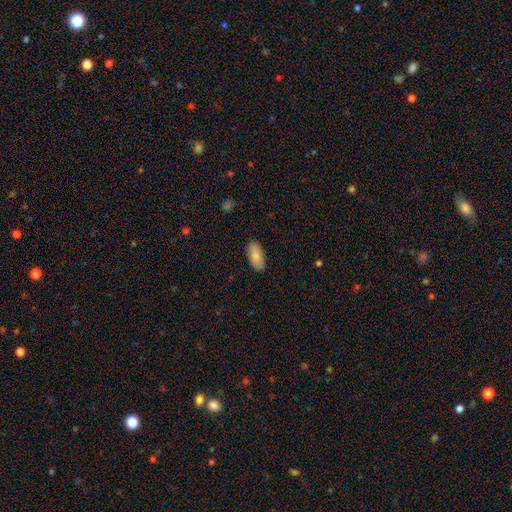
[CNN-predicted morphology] A smooth galaxy with no disk features (86%) that is in between round and cigar-shaped (91%). Merging: none (88%).